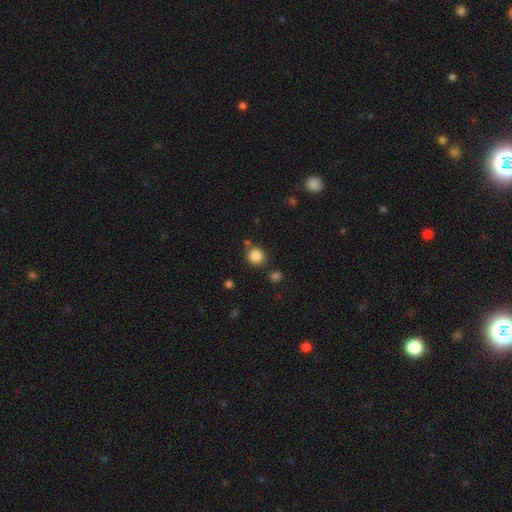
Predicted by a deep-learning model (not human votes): Smooth or featured: smooth — 85% (star or artifact — 10%)
How rounded: round — 86% (in between — 13%)
Merging: none — 79% (minor disturbance — 10%)